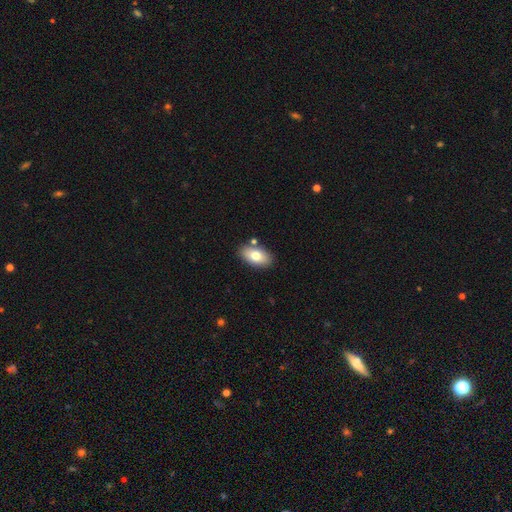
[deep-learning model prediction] Smooth or featured? smooth (74%)
How rounded? in between (92%)
Merging? none (81%)